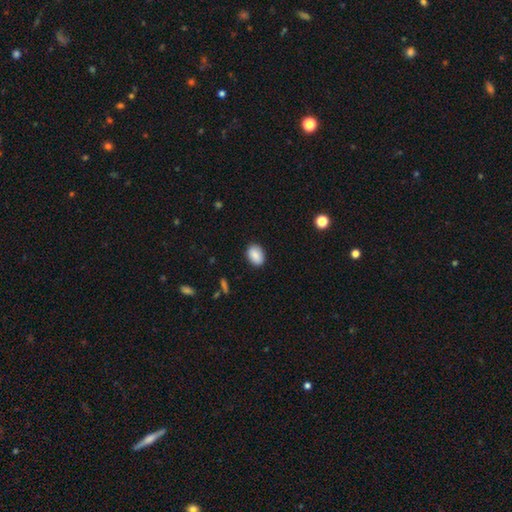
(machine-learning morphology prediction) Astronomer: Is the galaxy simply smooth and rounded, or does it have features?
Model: smooth — 88%.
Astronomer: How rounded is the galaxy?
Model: in between — 80%.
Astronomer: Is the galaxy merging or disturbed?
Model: none — 87%.